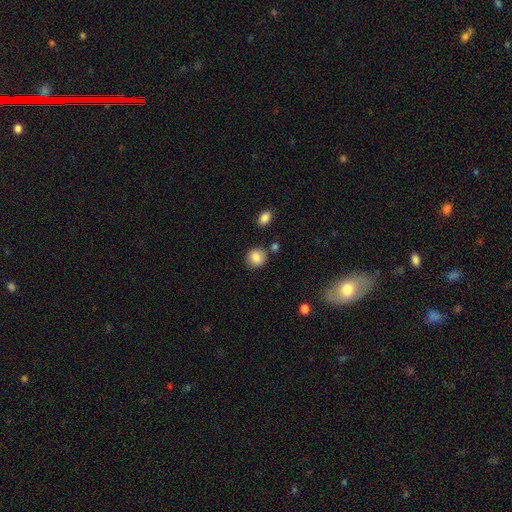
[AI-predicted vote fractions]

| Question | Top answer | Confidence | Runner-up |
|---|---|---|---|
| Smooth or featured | smooth | 86% | star or artifact (9%) |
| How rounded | round | 81% | in between (18%) |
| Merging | none | 80% | minor disturbance (11%) |